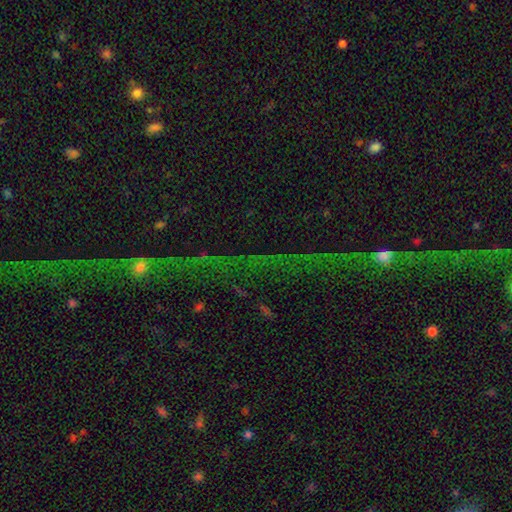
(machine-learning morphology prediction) smooth-or-featured: star or artifact: 76% | featured or disk: 14% | smooth: 10%